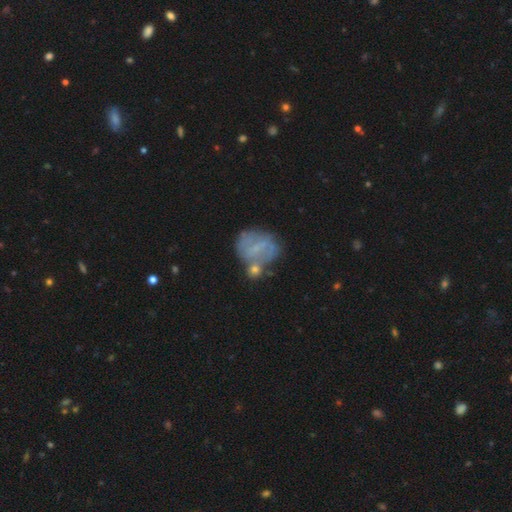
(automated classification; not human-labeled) smooth-or-featured: featured or disk: 51% | smooth: 36% | star or artifact: 13%
  disk-edge-on: no: 96% | yes: 4%
  merging: none: 46% | merger: 25% | minor disturbance: 19% | major disturbance: 11%